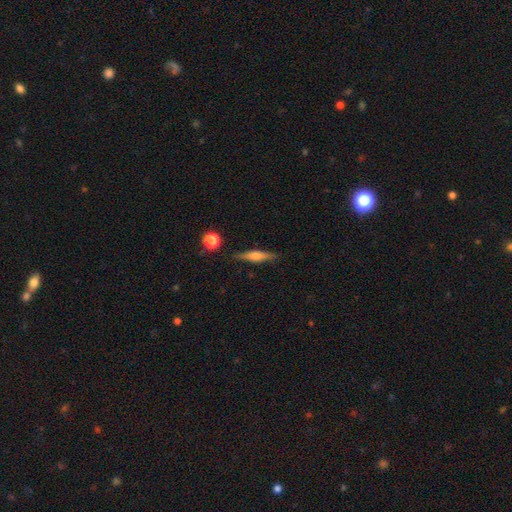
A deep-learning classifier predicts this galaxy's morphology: Q: Smooth or featured?
A: featured or disk (50%); runner-up: smooth (42%)
Q: Edge-on disk?
A: yes (96%); runner-up: no (4%)
Q: Merging?
A: none (86%); runner-up: minor disturbance (10%)